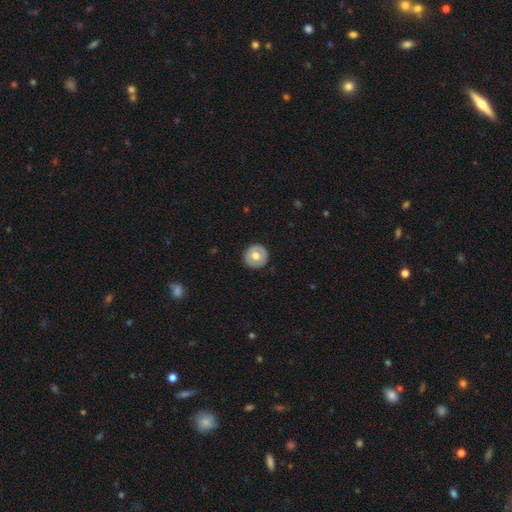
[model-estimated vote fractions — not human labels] This is likely a smooth galaxy (63%). How rounded: clearly round (94%). Merging: clearly none (91%).